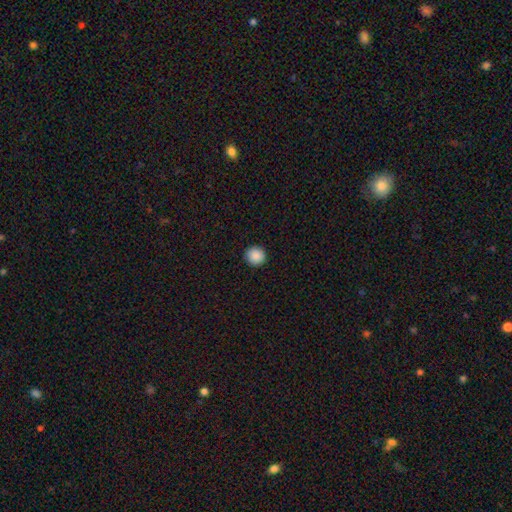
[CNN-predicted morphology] smooth-or-featured: smooth: 89% | star or artifact: 9% | featured or disk: 2%
  how-rounded: round: 95% | in between: 4% | cigar-shaped: 1%
  merging: none: 93% | minor disturbance: 4% | major disturbance: 2% | merger: 1%